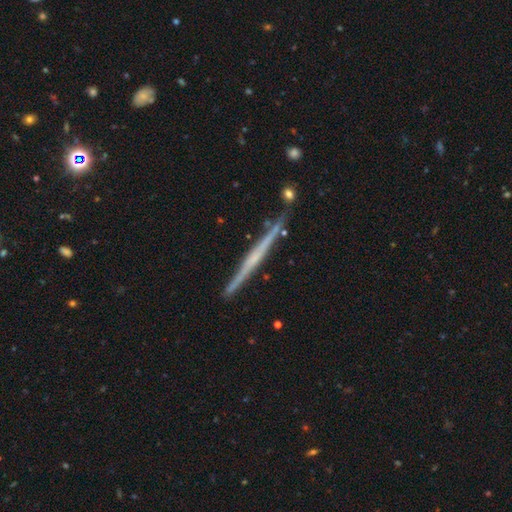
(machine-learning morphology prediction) Q: Smooth or featured?
A: featured or disk (72%); runner-up: smooth (22%)
Q: Edge-on disk?
A: yes (98%); runner-up: no (2%)
Q: Edge-on bulge?
A: none (65%); runner-up: rounded (27%)
Q: Merging?
A: none (87%); runner-up: minor disturbance (8%)